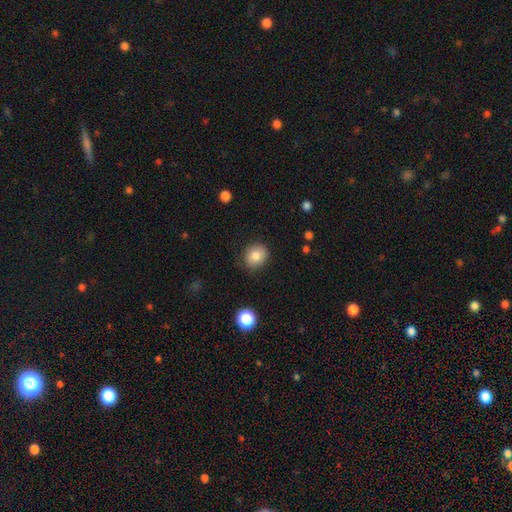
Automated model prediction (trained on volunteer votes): Overall: smooth (83%). How rounded: round (67%; in between 32%). Merging: none (83%).